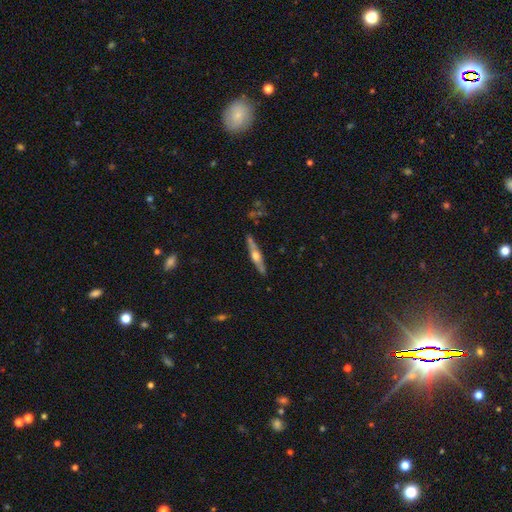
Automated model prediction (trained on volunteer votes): The model was most divided on "smooth or featured": featured or disk: 69%, smooth: 25%, star or artifact: 6%. More confident: edge-on disk — yes (95%); edge-on bulge — rounded (91%); merging — none (84%).